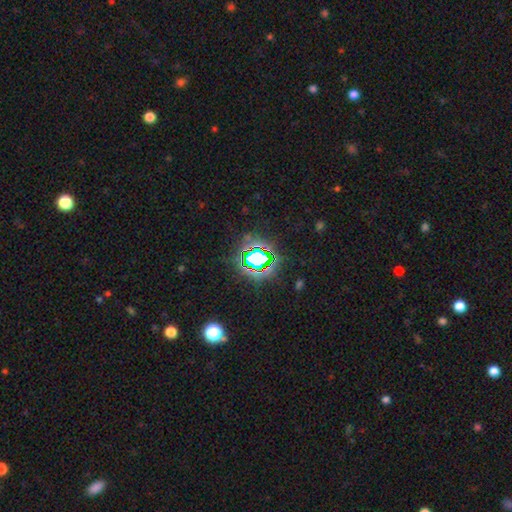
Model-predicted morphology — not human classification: This is likely a star or artifact rather than a galaxy (73%).